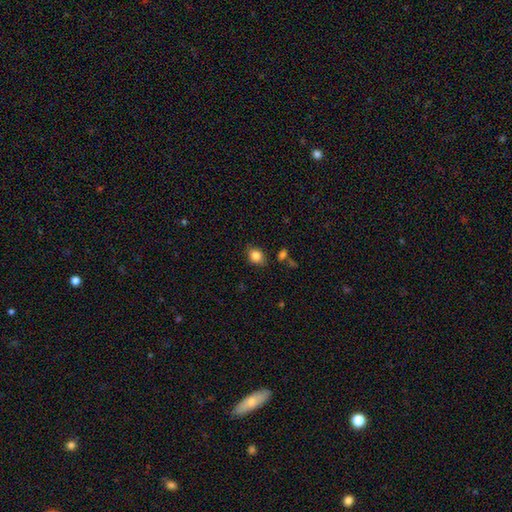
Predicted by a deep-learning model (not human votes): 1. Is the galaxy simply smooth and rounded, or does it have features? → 84% smooth, 10% star or artifact, 6% featured or disk.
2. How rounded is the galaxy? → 59% in between, 40% round, 1% cigar-shaped.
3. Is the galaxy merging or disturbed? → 80% none, 14% minor disturbance, 3% major disturbance, 3% merger.